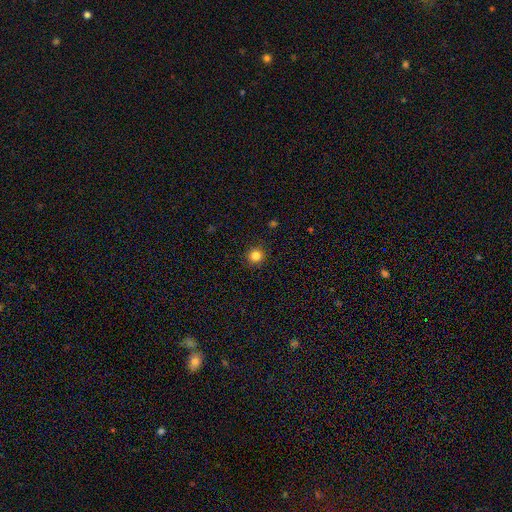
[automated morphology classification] type=smooth (83%); roundness=round (93%); merging=none (91%).